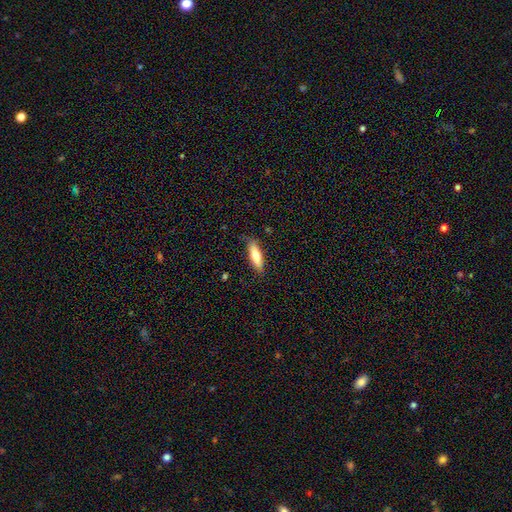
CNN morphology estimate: This is likely a smooth galaxy (65%). How rounded: possibly in between (50%). Merging: clearly none (84%).